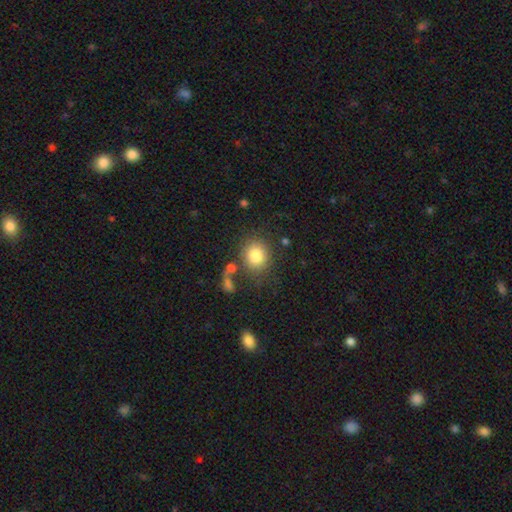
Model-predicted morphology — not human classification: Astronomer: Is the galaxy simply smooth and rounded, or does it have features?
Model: smooth — 81%.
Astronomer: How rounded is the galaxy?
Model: round — 74%.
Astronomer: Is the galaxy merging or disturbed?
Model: none — 74%.